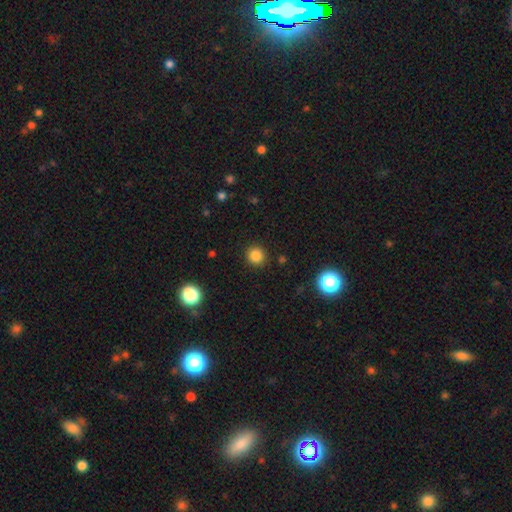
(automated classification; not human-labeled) smooth_or_featured: smooth (p=0.84) [alt: star or artifact p=0.13]
how_rounded: round (p=0.93) [alt: in between p=0.06]
merging: none (p=0.91) [alt: minor disturbance p=0.06]